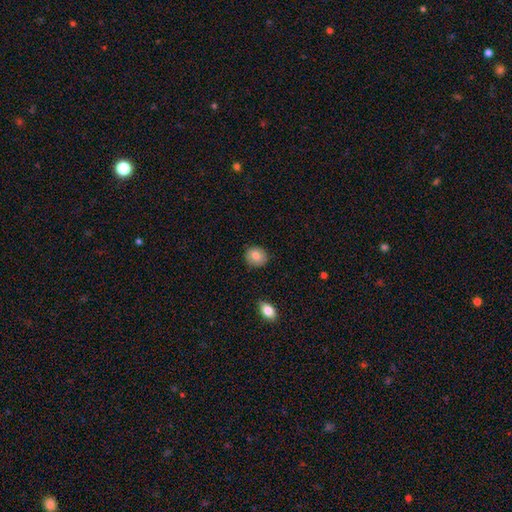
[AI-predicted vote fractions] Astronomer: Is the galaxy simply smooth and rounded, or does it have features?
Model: smooth — 81%.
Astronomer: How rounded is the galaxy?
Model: round — 77%.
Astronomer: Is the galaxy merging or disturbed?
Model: none — 87%.